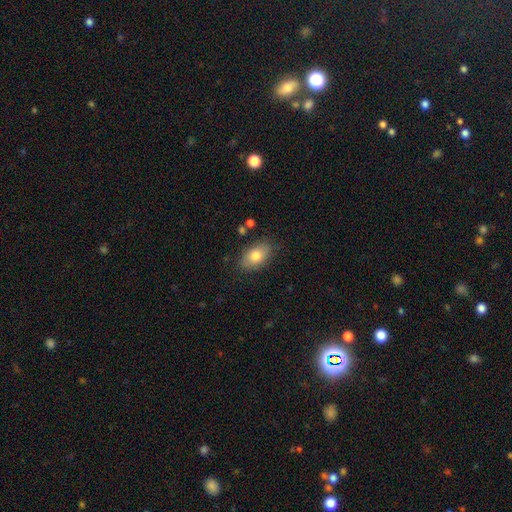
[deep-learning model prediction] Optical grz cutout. It shows a smooth galaxy with no disk features (78%) that is in between round and cigar-shaped (90%). Merging: none (82%).